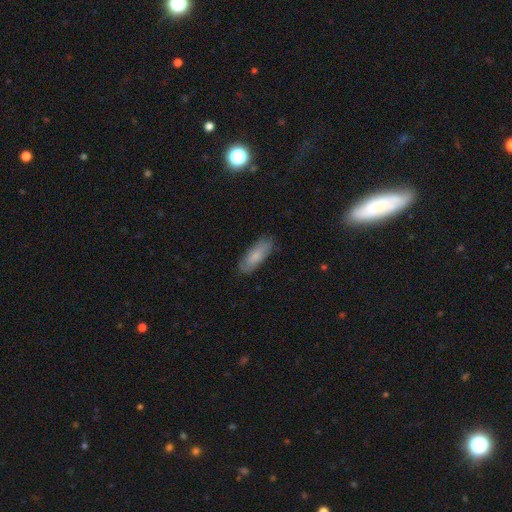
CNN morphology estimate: Smooth or featured?
  - smooth: 77% *
  - featured or disk: 17%
  - star or artifact: 7%
How rounded?
  - in between: 66% *
  - cigar-shaped: 32%
  - round: 2%
Merging?
  - none: 84% *
  - minor disturbance: 13%
  - major disturbance: 2%
  - merger: 1%